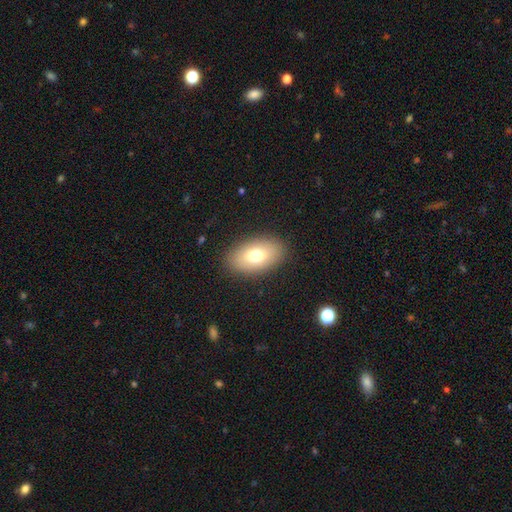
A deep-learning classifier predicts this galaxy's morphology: Smooth or featured: smooth — 73% (featured or disk — 19%)
How rounded: in between — 92% (round — 7%)
Merging: none — 87% (minor disturbance — 9%)